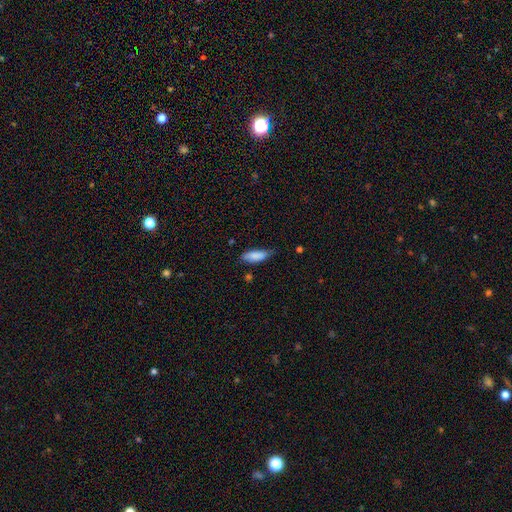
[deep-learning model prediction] smooth 85%, featured or disk 9%, star or artifact 6%. Down the decision tree: how rounded — in between (67%); merging — none (63%).